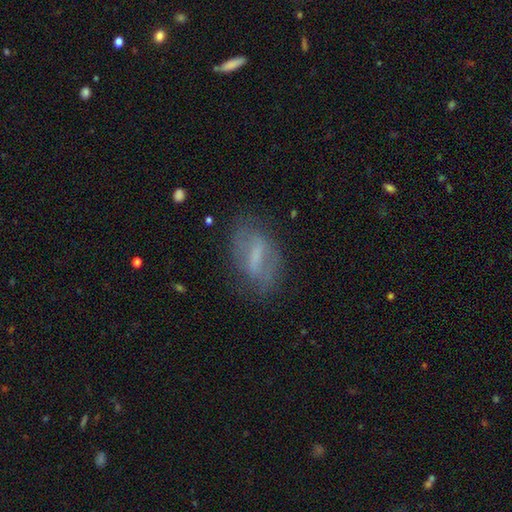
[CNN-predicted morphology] Smooth or featured? featured or disk (53%)
Edge-on disk? no (88%)
Merging? none (72%)